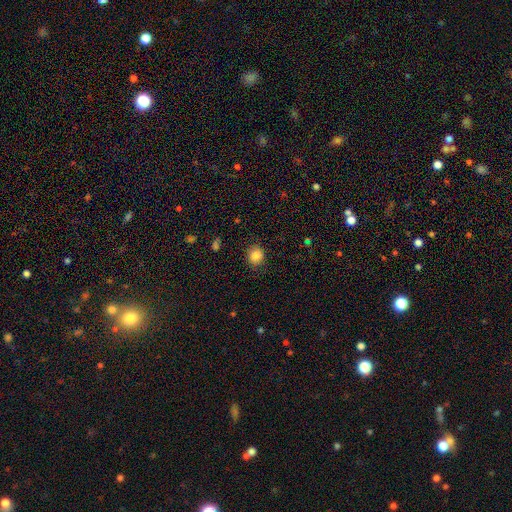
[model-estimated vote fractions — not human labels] smooth_or_featured: smooth (p=0.85) [alt: star or artifact p=0.10]
how_rounded: round (p=0.81) [alt: in between p=0.18]
merging: none (p=0.87) [alt: minor disturbance p=0.09]